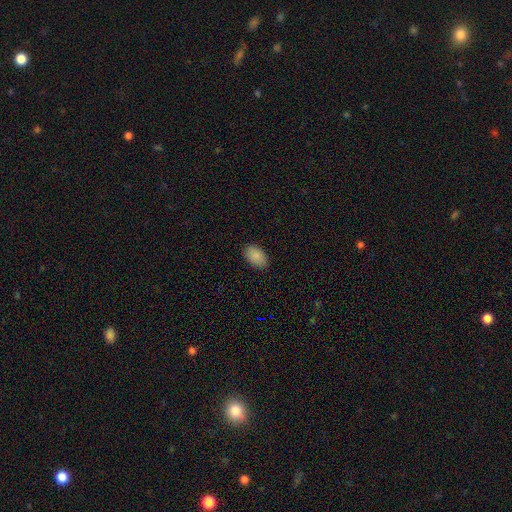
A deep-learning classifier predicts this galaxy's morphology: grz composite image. It shows a smooth galaxy with no disk features (89%) that is in between round and cigar-shaped (92%). Merging: none (87%).